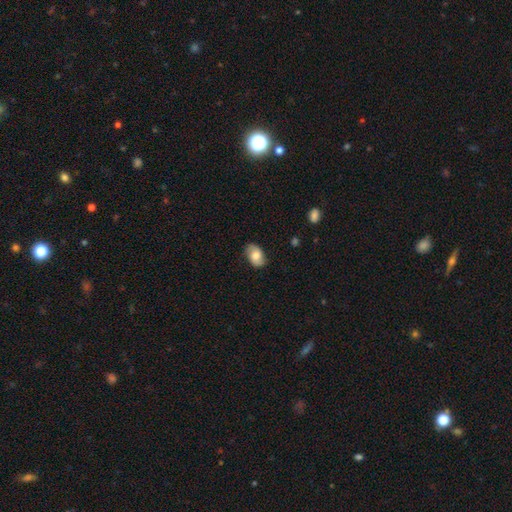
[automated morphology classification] smooth_or_featured: smooth (p=0.62) [alt: featured or disk p=0.31]
how_rounded: in between (p=0.85) [alt: round p=0.13]
merging: none (p=0.76) [alt: minor disturbance p=0.19]